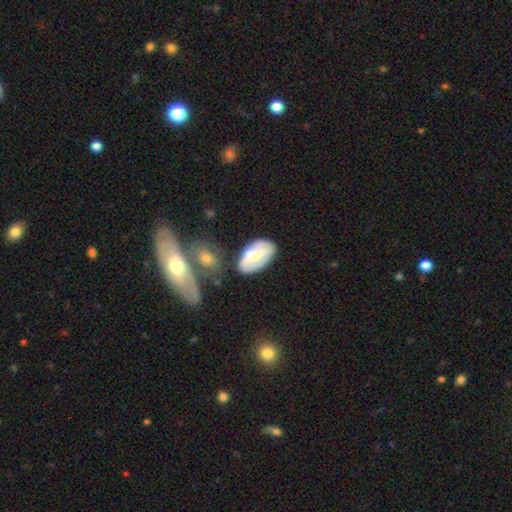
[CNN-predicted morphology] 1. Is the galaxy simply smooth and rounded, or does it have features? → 54% smooth, 39% featured or disk, 7% star or artifact.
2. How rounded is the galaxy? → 93% in between, 4% round, 3% cigar-shaped.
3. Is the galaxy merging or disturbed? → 58% none, 22% minor disturbance, 12% merger, 8% major disturbance.